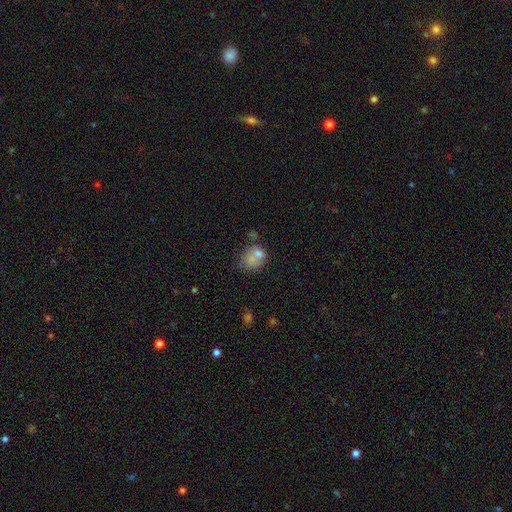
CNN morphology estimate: smooth_or_featured: smooth (p=0.68) [alt: featured or disk p=0.21]
how_rounded: round (p=0.55) [alt: in between p=0.44]
merging: merger (p=0.37) [alt: none p=0.34]